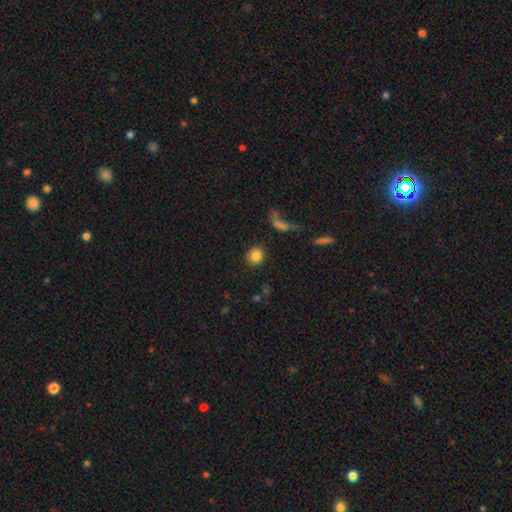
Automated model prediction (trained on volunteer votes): A smooth galaxy with no disk features (84%) that is round (86%).

Vote fractions:
- Smooth or featured? smooth: 84% / star or artifact: 10% / featured or disk: 6%
- How rounded? round: 86% / in between: 12% / cigar-shaped: 1%
- Merging? none: 88% / minor disturbance: 7% / major disturbance: 3% / merger: 3%